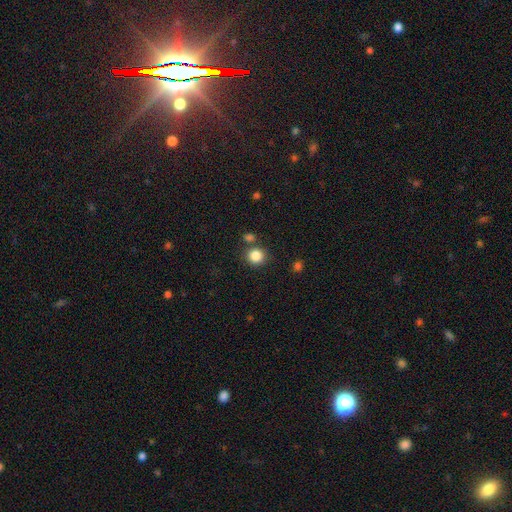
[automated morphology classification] A smooth galaxy with no disk features (85%) that is round (87%).

Vote fractions:
- Smooth or featured? smooth: 85% / star or artifact: 11% / featured or disk: 5%
- How rounded? round: 87% / in between: 12% / cigar-shaped: 1%
- Merging? none: 76% / merger: 11% / minor disturbance: 9% / major disturbance: 3%